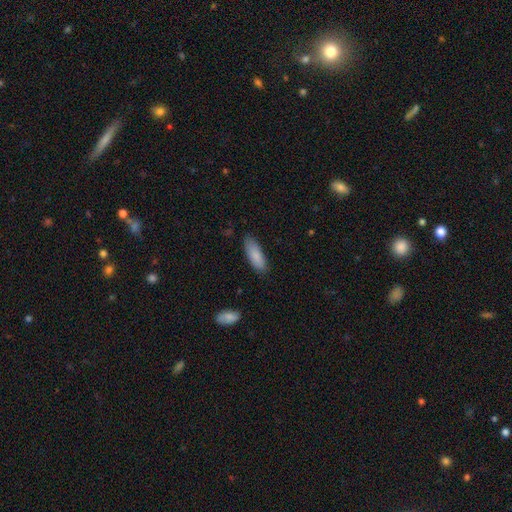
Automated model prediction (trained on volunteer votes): Smooth or featured? Predicted: smooth (p=0.86). How rounded? Predicted: in between (p=0.65). Merging? Predicted: none (p=0.79).